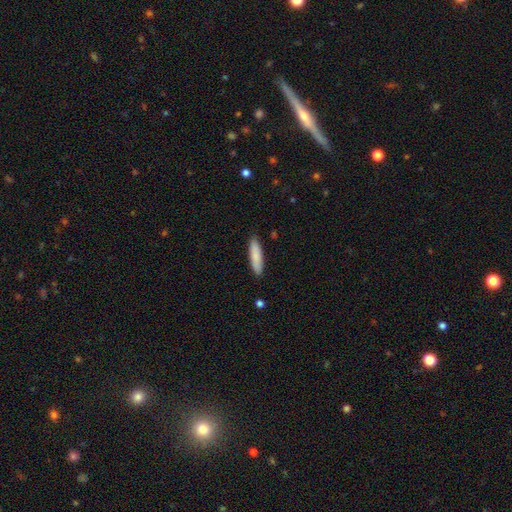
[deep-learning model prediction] smooth 86%, featured or disk 9%, star or artifact 5%. Down the decision tree: how rounded — cigar-shaped (72%); merging — none (89%).